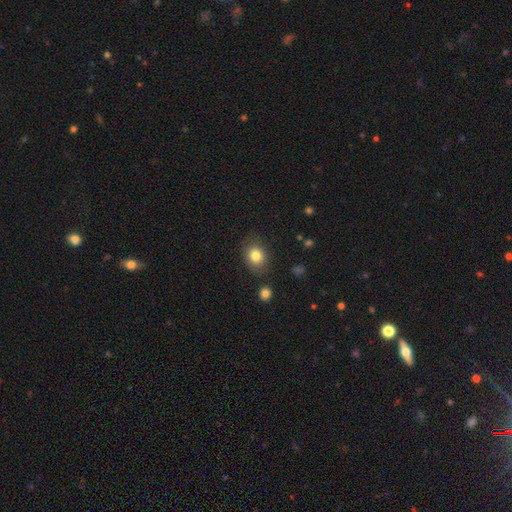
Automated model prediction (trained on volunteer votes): Smooth or featured?
  - smooth: 82% *
  - star or artifact: 10%
  - featured or disk: 9%
How rounded?
  - round: 50% *
  - in between: 49%
  - cigar-shaped: 1%
Merging?
  - none: 79% *
  - minor disturbance: 14%
  - major disturbance: 4%
  - merger: 3%